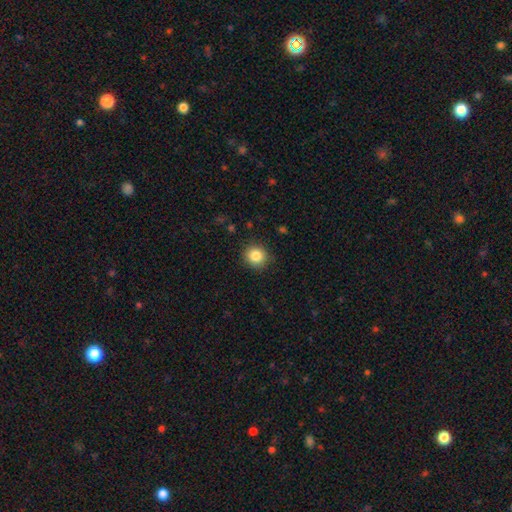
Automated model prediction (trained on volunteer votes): A smooth galaxy with no disk features (85%) that is round (90%).

Vote fractions:
- Smooth or featured? smooth: 85% / star or artifact: 10% / featured or disk: 5%
- How rounded? round: 90% / in between: 9% / cigar-shaped: 1%
- Merging? none: 89% / minor disturbance: 7% / major disturbance: 2% / merger: 1%